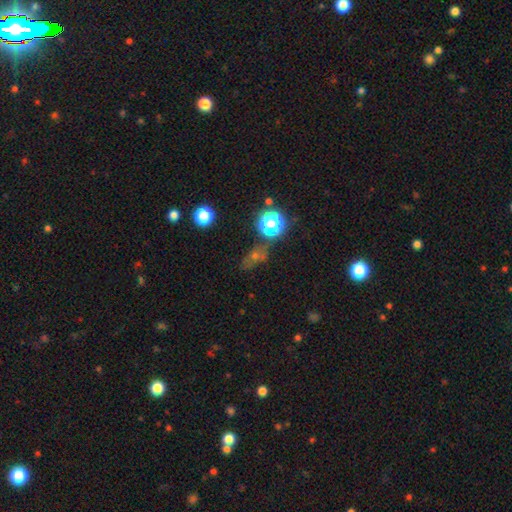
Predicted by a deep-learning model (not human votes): Smooth or featured: star or artifact — 44% (smooth — 38%)